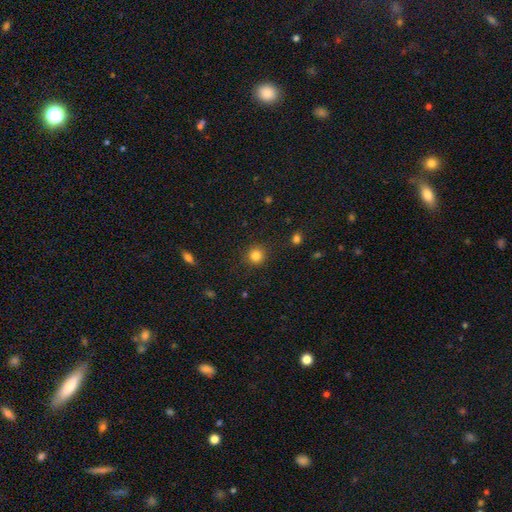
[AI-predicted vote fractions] Smooth or featured? smooth (83%)
How rounded? round (92%)
Merging? none (89%)